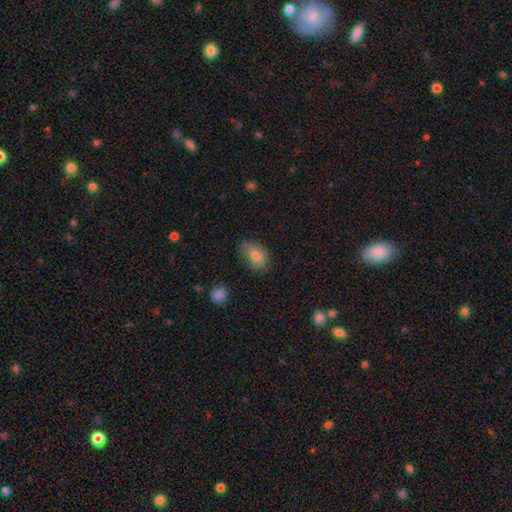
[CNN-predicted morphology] Smooth or featured? Predicted: smooth (p=0.75). How rounded? Predicted: in between (p=0.71). Merging? Predicted: none (p=0.71).